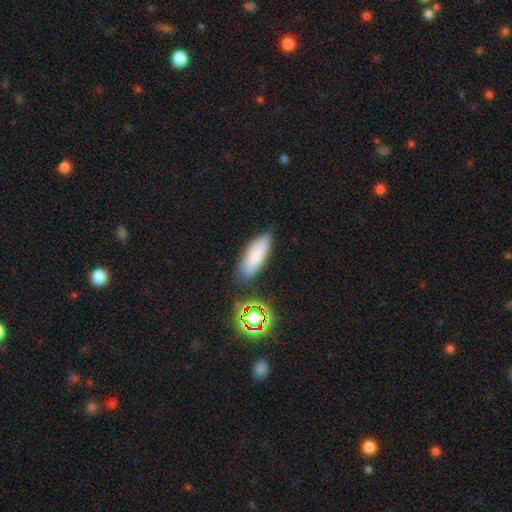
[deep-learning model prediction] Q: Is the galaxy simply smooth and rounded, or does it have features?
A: smooth — 75%.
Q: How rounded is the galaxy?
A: in between — 65%.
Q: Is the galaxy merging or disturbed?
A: none — 76%.